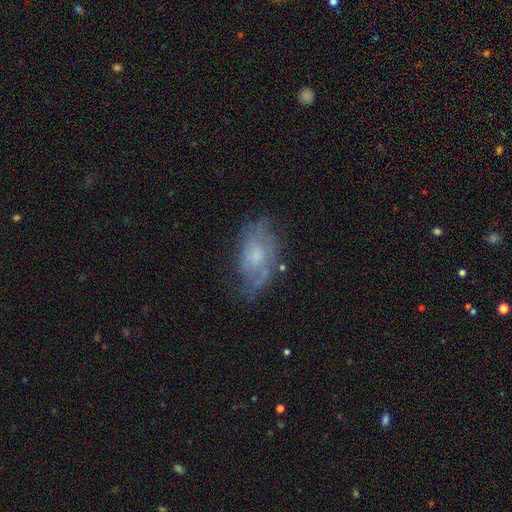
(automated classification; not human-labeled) This is possibly a featured or disk galaxy (55%). It is clearly not viewed edge-on (93%). Bar: likely no (76%). Spiral arm pattern: likely yes (65%). Central bulge: marginally moderate (38%). Merging: possibly none (56%).